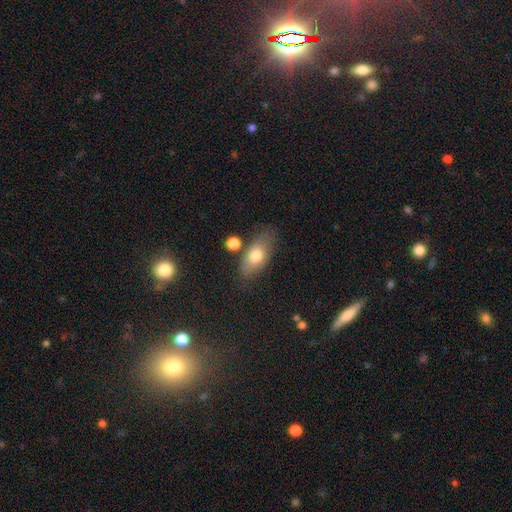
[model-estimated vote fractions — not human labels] Smooth or featured? Predicted: smooth (p=0.74). How rounded? Predicted: in between (p=0.84). Merging? Predicted: none (p=0.71).